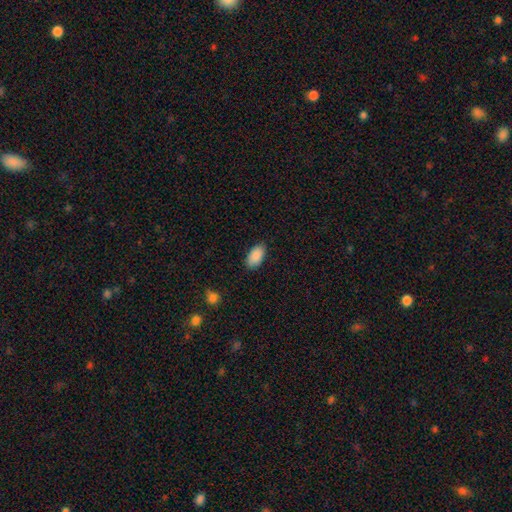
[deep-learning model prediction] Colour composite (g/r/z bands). It shows a smooth galaxy with no disk features (90%) that is in between round and cigar-shaped (94%). Merging: none (84%).